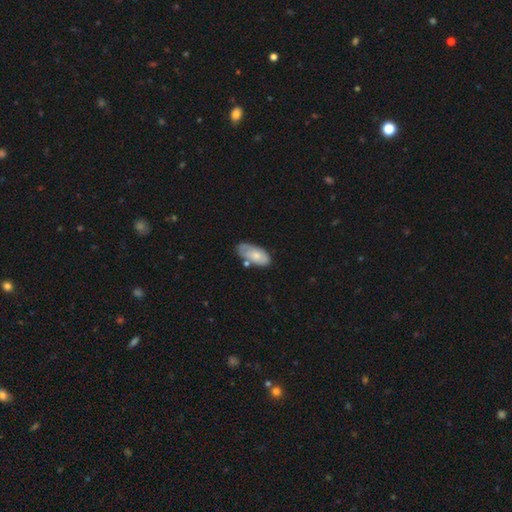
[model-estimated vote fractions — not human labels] smooth-or-featured: smooth: 68% | featured or disk: 26% | star or artifact: 6%
  how-rounded: in between: 91% | cigar-shaped: 7% | round: 2%
  merging: none: 55% | minor disturbance: 28% | merger: 9% | major disturbance: 7%